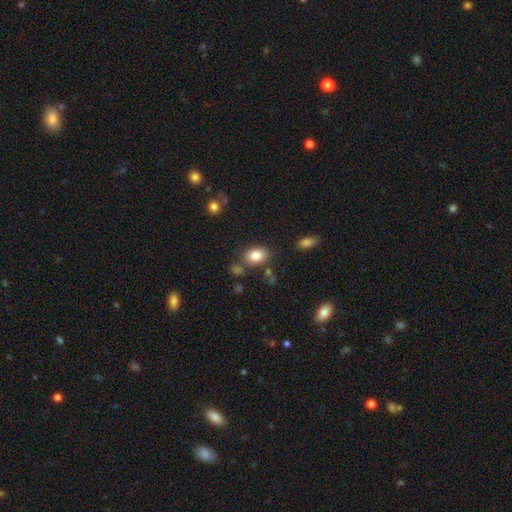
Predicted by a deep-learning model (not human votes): Smooth or featured?
  - smooth: 82% *
  - star or artifact: 9%
  - featured or disk: 9%
How rounded?
  - in between: 75% *
  - round: 24%
  - cigar-shaped: 1%
Merging?
  - none: 77% *
  - minor disturbance: 13%
  - merger: 7%
  - major disturbance: 4%